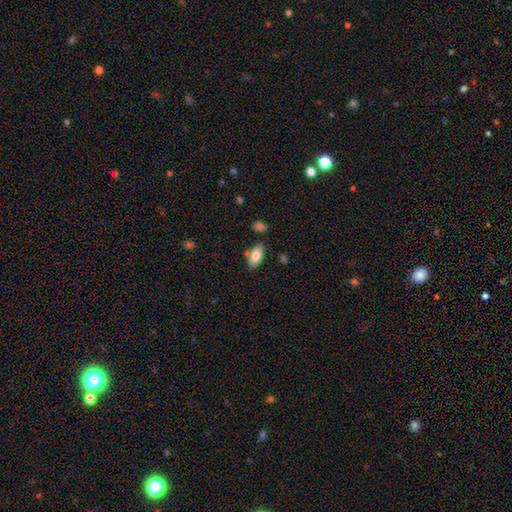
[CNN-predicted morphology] Smooth or featured? smooth (78%)
How rounded? in between (90%)
Merging? none (79%)